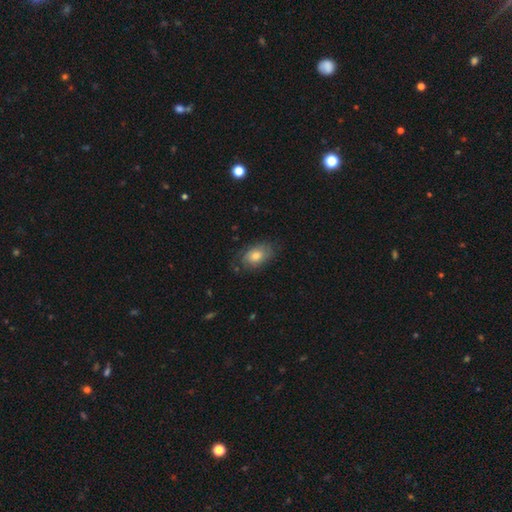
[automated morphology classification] A smooth galaxy with no disk features (64%) that is in between round and cigar-shaped (87%).

Vote fractions:
- Smooth or featured? smooth: 64% / featured or disk: 28% / star or artifact: 8%
- How rounded? in between: 87% / round: 11% / cigar-shaped: 2%
- Merging? none: 69% / minor disturbance: 22% / major disturbance: 8% / merger: 1%